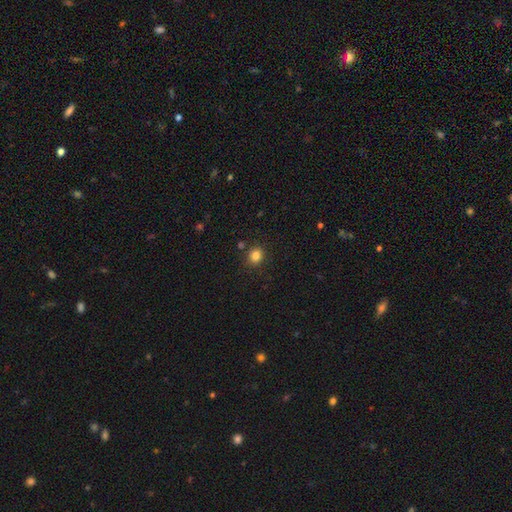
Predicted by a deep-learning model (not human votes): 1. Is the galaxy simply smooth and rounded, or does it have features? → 83% smooth, 12% star or artifact, 5% featured or disk.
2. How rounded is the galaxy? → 77% round, 22% in between, 1% cigar-shaped.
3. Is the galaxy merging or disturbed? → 86% none, 9% minor disturbance, 3% merger, 2% major disturbance.